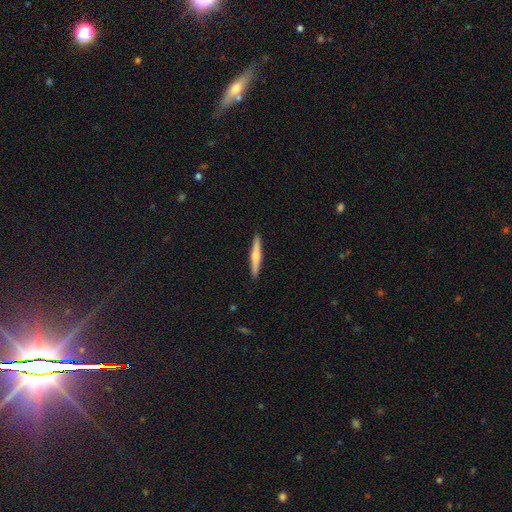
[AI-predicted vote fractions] smooth_or_featured: smooth (p=0.47) [tied with: featured or disk p=0.47]
merging: none (p=0.92) [alt: minor disturbance p=0.06]